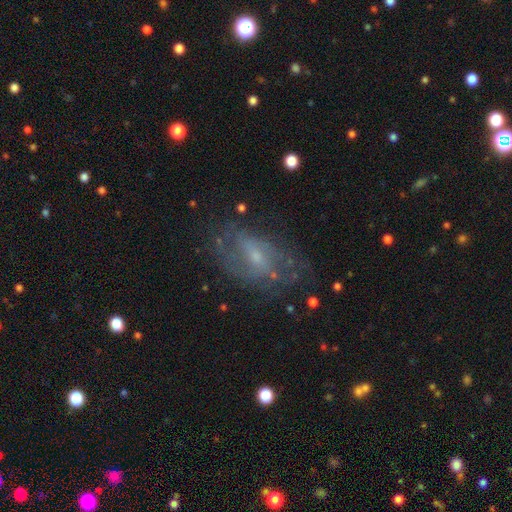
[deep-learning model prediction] This is likely a featured or disk galaxy (72%). It is clearly not viewed edge-on (95%). Bar: possibly weak (49%). Spiral arm pattern: likely yes (75%). Spiral arm count: marginally can't tell (42%). Spiral winding: marginally medium (43%). Central bulge: possibly small (59%). Merging: likely none (62%).